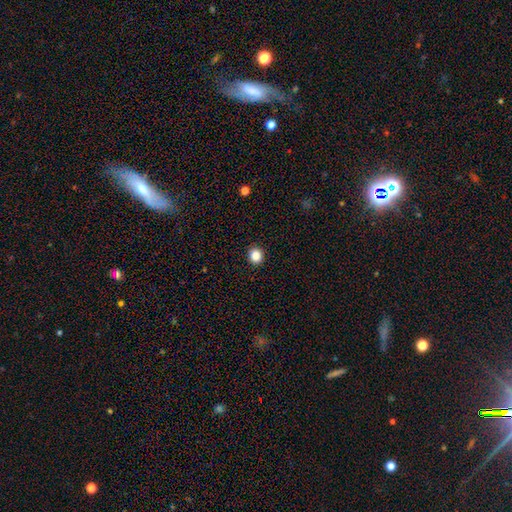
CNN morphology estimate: smooth 86%, star or artifact 11%, featured or disk 3%. Down the decision tree: how rounded — round (87%); merging — none (93%).